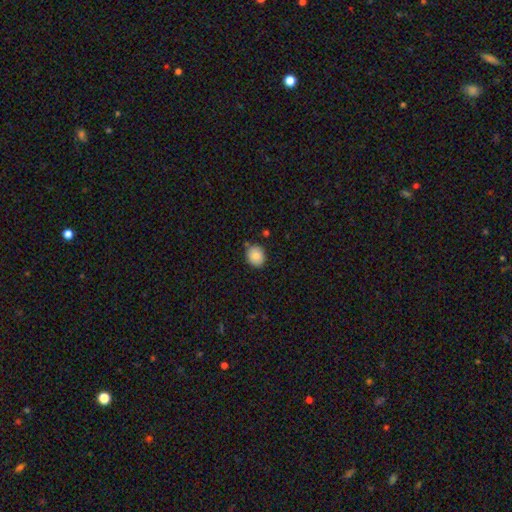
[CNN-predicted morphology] smooth 85%, star or artifact 8%, featured or disk 7%. Down the decision tree: how rounded — round (70%); merging — none (81%).